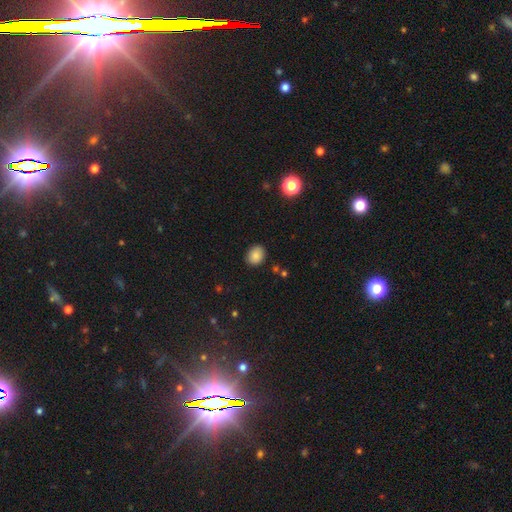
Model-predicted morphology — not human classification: A smooth galaxy with no disk features (85%) that is round (52%). Merging: none (86%).